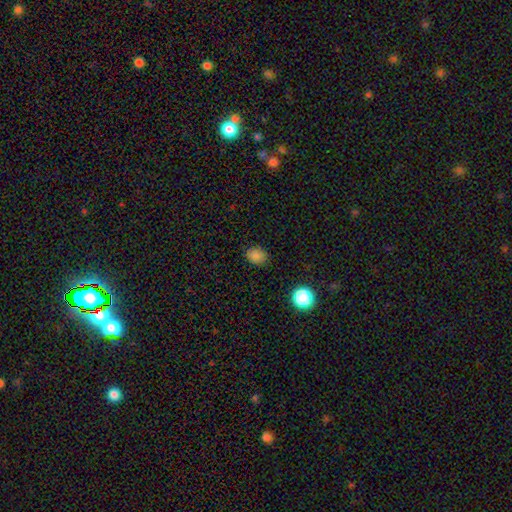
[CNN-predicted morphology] smooth 83%, star or artifact 14%, featured or disk 3%. Down the decision tree: how rounded — in between (50%); merging — none (85%).